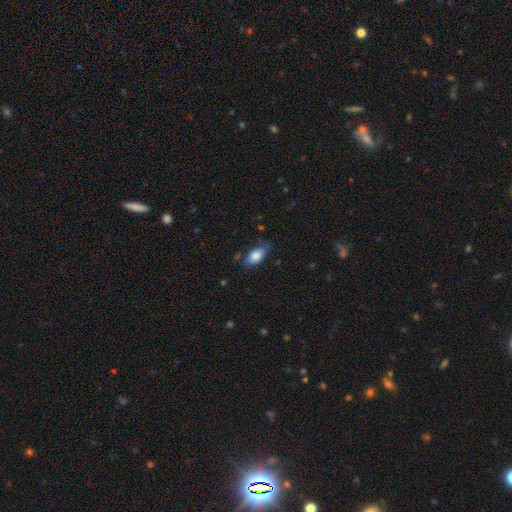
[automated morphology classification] smooth-or-featured: smooth: 80% | featured or disk: 13% | star or artifact: 7%
  how-rounded: in between: 91% | cigar-shaped: 6% | round: 4%
  merging: none: 67% | minor disturbance: 25% | major disturbance: 7% | merger: 2%